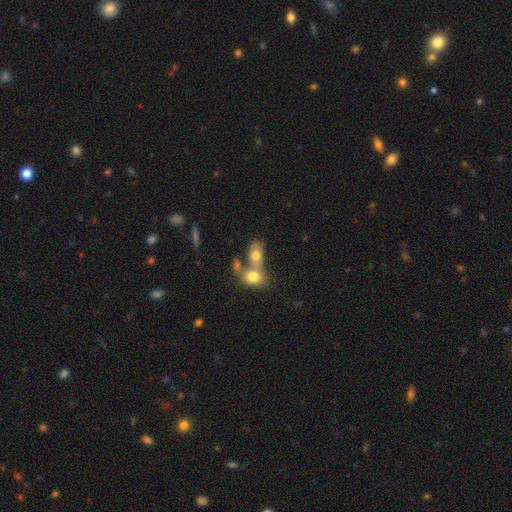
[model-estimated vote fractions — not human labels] smooth_or_featured: smooth (p=0.72) [alt: featured or disk p=0.19]
how_rounded: in between (p=0.80) [alt: round p=0.17]
merging: merger (p=0.60) [alt: none p=0.27]